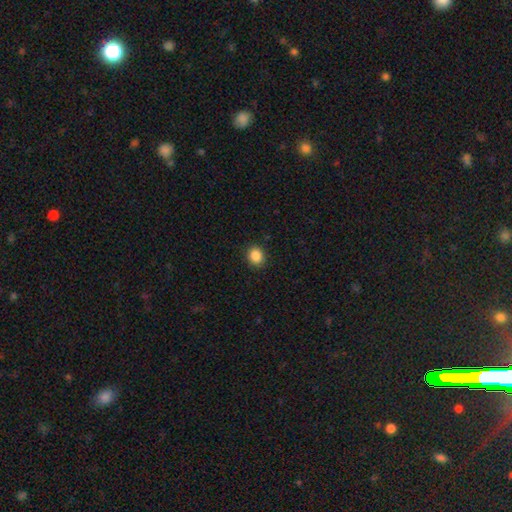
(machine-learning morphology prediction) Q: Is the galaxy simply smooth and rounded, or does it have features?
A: smooth — 88%.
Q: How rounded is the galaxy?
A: round — 62%.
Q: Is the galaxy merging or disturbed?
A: none — 90%.